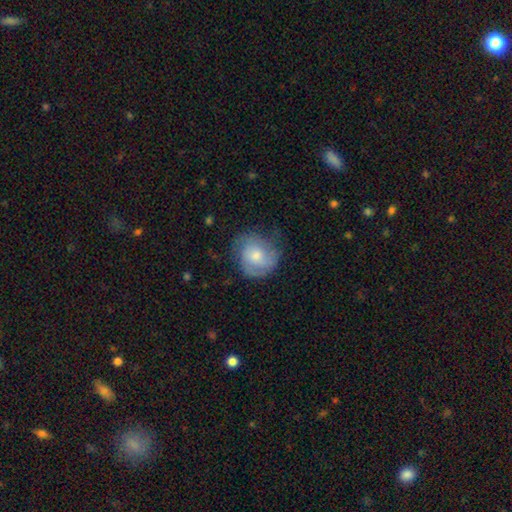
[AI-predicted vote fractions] Q: Smooth or featured?
A: featured or disk (51%); runner-up: smooth (42%)
Q: Edge-on disk?
A: no (97%); runner-up: yes (3%)
Q: Merging?
A: none (66%); runner-up: minor disturbance (23%)